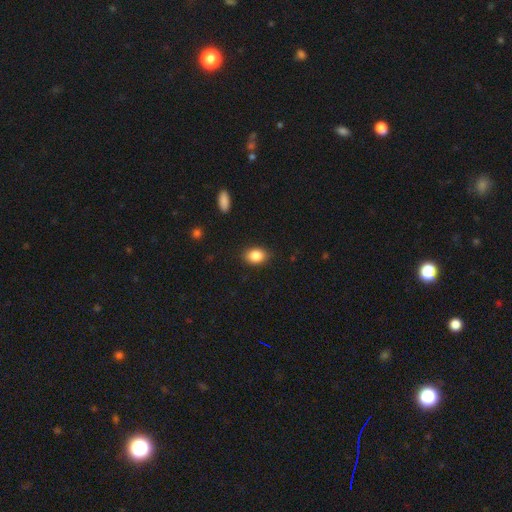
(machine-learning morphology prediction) This is clearly a smooth galaxy (86%). How rounded: likely in between (74%). Merging: clearly none (87%).